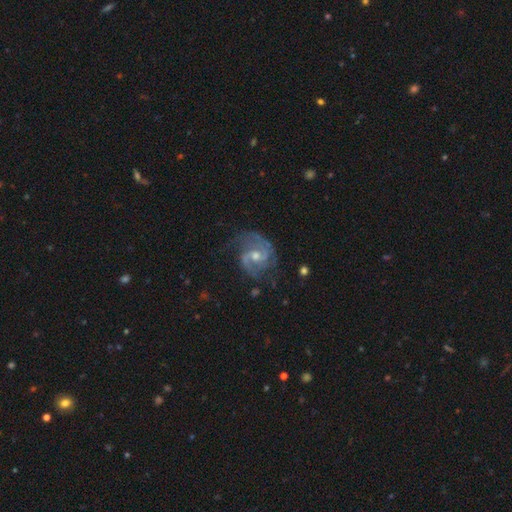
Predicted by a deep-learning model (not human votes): A featured or disk galaxy (87%) with no bar (46%), 2 (78%) medium (53%) spiral arms (97%) and a moderate central bulge (58%).

Vote fractions:
- Smooth or featured? featured or disk: 87% / star or artifact: 7% / smooth: 6%
- Edge-on disk? no: 98% / yes: 2%
- Bar? no: 46% / weak: 44% / strong: 10%
- Spiral arms? yes: 97% / no: 3%
- Spiral winding? medium: 53% / tight: 28% / loose: 19%
- Spiral arm count? 2: 78% / 3: 7% / can't tell: 7% / 1: 4% / 4: 2% / more than 4: 2%
- Bulge size? moderate: 58% / small: 37% / large: 2% / none: 2% / dominant: 1%
- Merging? none: 67% / minor disturbance: 20% / major disturbance: 11% / merger: 2%